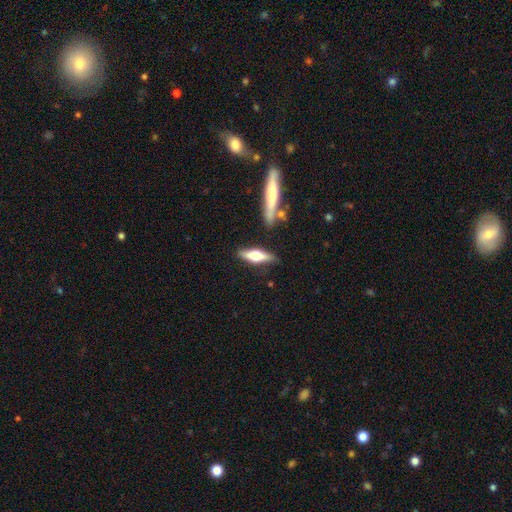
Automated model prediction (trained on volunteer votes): Overall: featured or disk (50%; smooth 44%). Merging: none (80%).